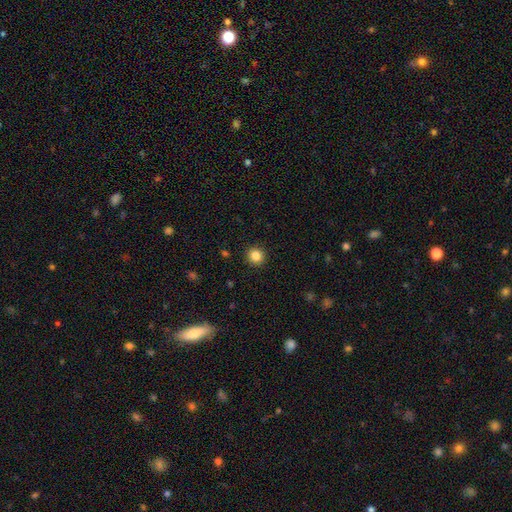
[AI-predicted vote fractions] The model was most divided on "smooth or featured": smooth: 85%, star or artifact: 11%, featured or disk: 4%. More confident: merging — none (92%); how rounded — round (90%).